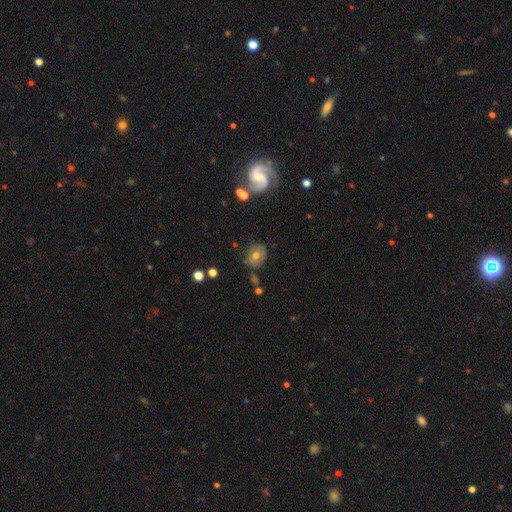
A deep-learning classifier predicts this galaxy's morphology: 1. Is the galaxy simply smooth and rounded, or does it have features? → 49% smooth, 38% featured or disk, 13% star or artifact.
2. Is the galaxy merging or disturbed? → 72% none, 17% minor disturbance, 6% major disturbance, 5% merger.